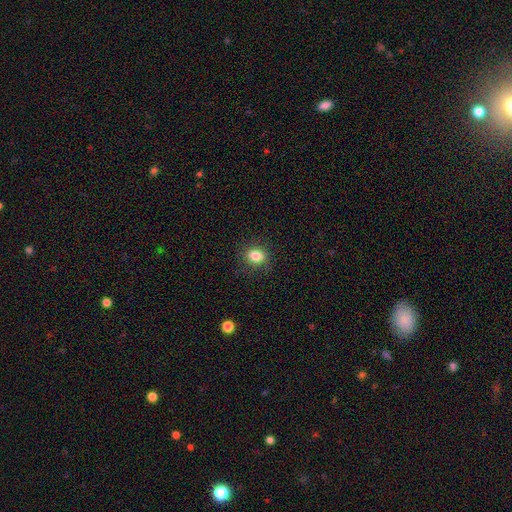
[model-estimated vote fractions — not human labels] Smooth or featured: smooth — 83% (star or artifact — 10%)
How rounded: in between — 55% (round — 44%)
Merging: none — 85% (minor disturbance — 11%)